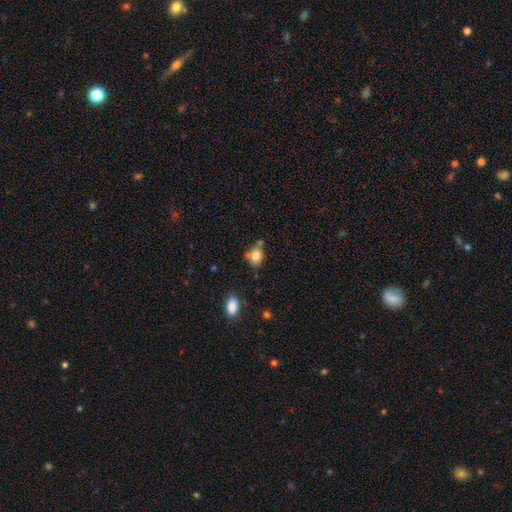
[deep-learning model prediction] Smooth or featured? Predicted: smooth (p=0.80). How rounded? Predicted: in between (p=0.59). Merging? Predicted: none (p=0.55).